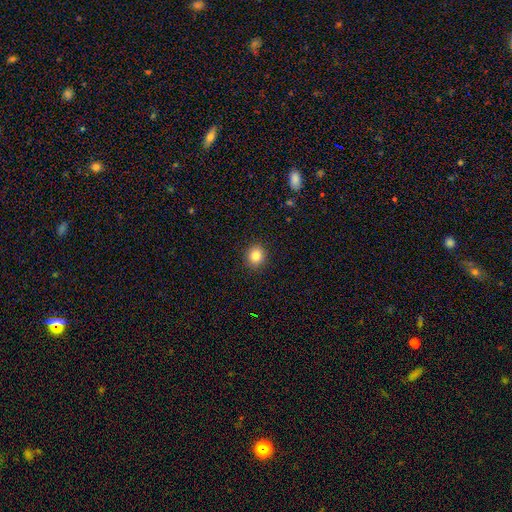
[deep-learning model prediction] This appears to be a smooth galaxy with no disk features (83%) that is round (82%). Merging: none (91%).